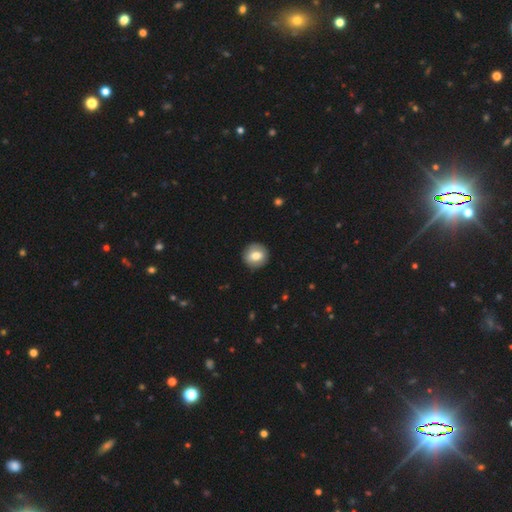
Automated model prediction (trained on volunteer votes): smooth-or-featured: smooth: 72% | featured or disk: 21% | star or artifact: 8%
  how-rounded: round: 84% | in between: 15% | cigar-shaped: 1%
  merging: none: 89% | minor disturbance: 8% | major disturbance: 2% | merger: 1%